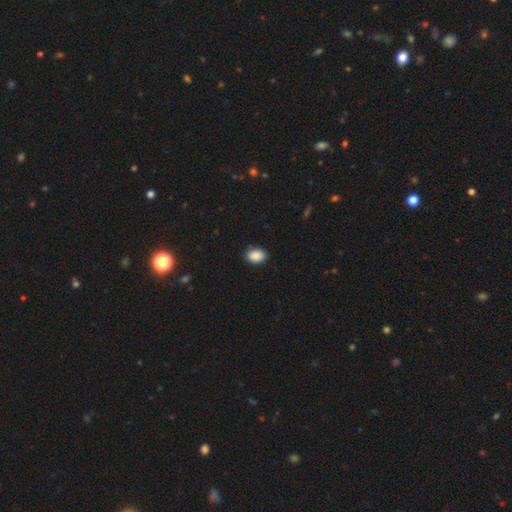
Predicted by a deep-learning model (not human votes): Smooth or featured? Predicted: smooth (p=0.89). How rounded? Predicted: in between (p=0.79). Merging? Predicted: none (p=0.87).